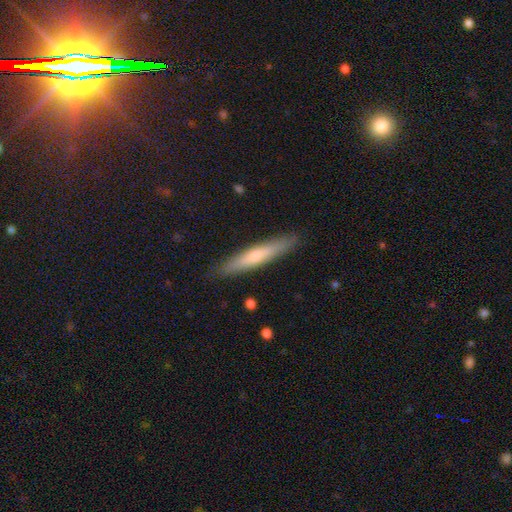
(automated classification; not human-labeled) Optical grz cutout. It shows a featured or disk galaxy (49%). Merging: none (89%).